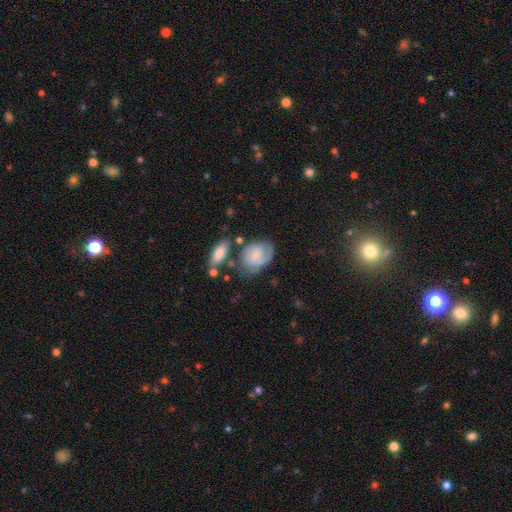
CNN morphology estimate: smooth_or_featured: featured or disk (p=0.47) [alt: smooth p=0.46]
merging: none (p=0.53) [alt: minor disturbance p=0.26]